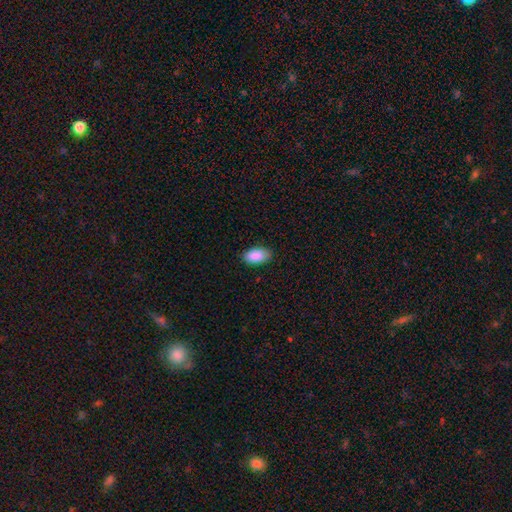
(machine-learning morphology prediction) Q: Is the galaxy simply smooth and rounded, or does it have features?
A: smooth — 90%.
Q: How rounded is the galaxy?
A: in between — 95%.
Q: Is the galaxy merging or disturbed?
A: none — 85%.